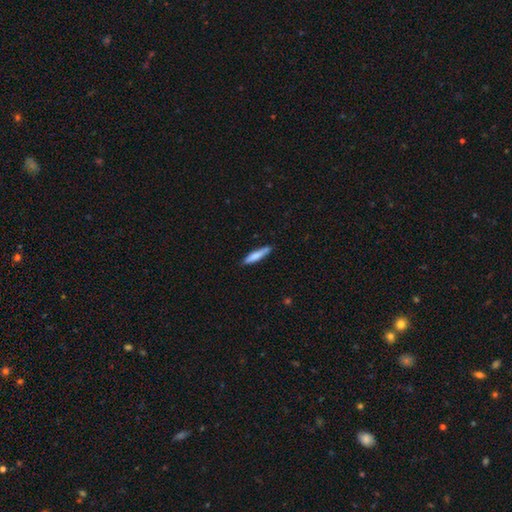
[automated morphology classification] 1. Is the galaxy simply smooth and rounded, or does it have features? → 79% smooth, 16% featured or disk, 5% star or artifact.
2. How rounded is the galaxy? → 87% cigar-shaped, 12% in between, 1% round.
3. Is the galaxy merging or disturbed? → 83% none, 13% minor disturbance, 2% major disturbance, 2% merger.